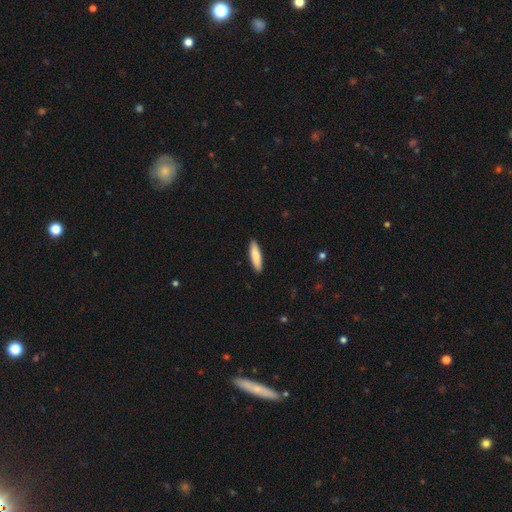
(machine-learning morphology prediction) A smooth galaxy with no disk features (84%) that is cigar-shaped (73%). Merging: none (90%).